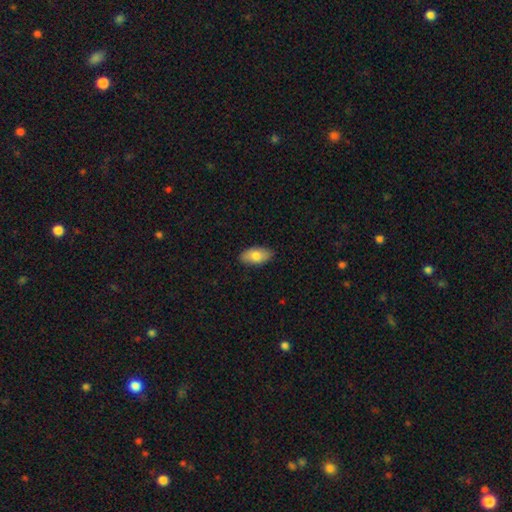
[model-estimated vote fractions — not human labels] Overall: smooth (80%). How rounded: in between (93%). Merging: none (86%).